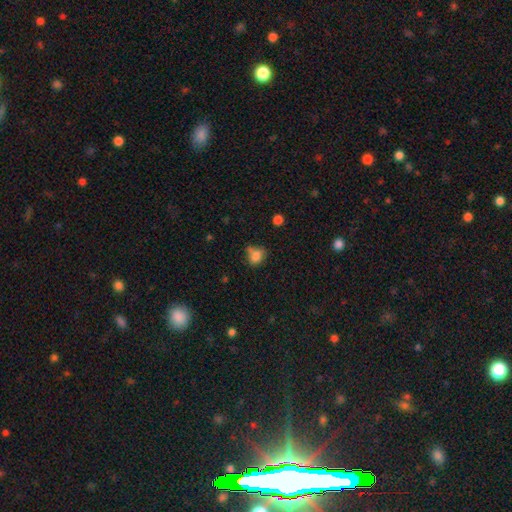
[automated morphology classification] Smooth or featured: smooth — 80% (star or artifact — 12%)
How rounded: in between — 51% (round — 47%)
Merging: none — 50% (minor disturbance — 27%)